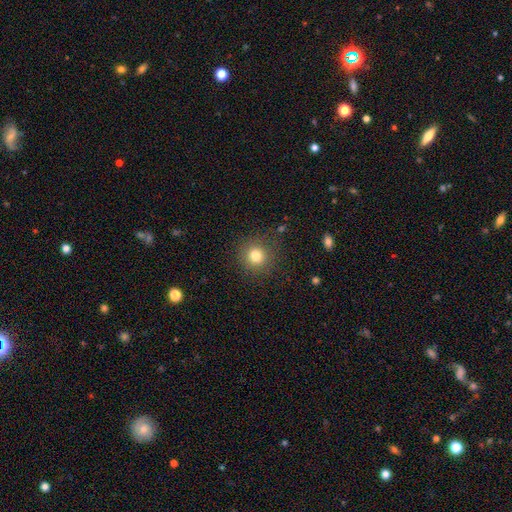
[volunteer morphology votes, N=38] Smooth or featured? 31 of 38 (82%) said smooth. How rounded? 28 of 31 (90%) said round. Merging? 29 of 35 (83%) said none.